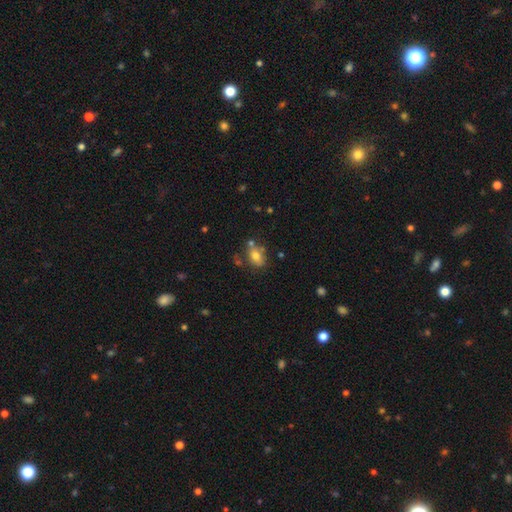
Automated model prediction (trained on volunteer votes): The model was most divided on "merging": none: 60%, minor disturbance: 18%, merger: 17%, major disturbance: 6%. More confident: how rounded — in between (74%); smooth or featured — smooth (72%).